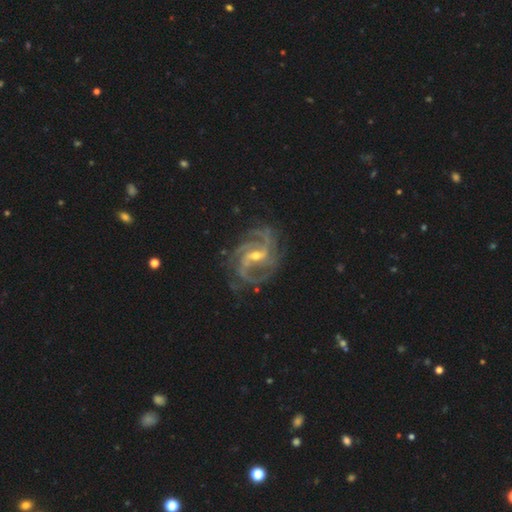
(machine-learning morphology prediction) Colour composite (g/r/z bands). It shows a featured or disk galaxy (93%) with a weak bar (49%), 2 (31%) medium (52%) spiral arms (98%) and a moderate central bulge (48%, tied with small). Merging: none (74%).